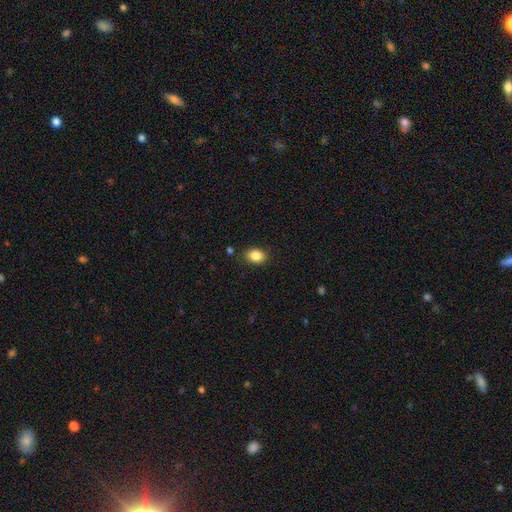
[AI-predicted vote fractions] A smooth galaxy with no disk features (85%) that is in between round and cigar-shaped (71%).

Vote fractions:
- Smooth or featured? smooth: 85% / star or artifact: 9% / featured or disk: 6%
- How rounded? in between: 71% / round: 28% / cigar-shaped: 1%
- Merging? none: 84% / minor disturbance: 11% / major disturbance: 3% / merger: 2%